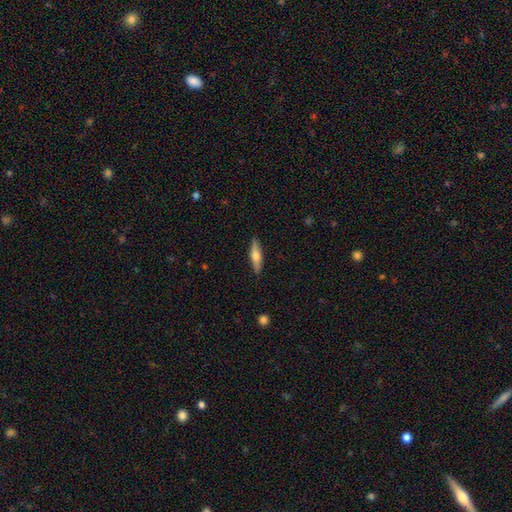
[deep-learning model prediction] Smooth or featured?
  - smooth: 51% *
  - featured or disk: 43%
  - star or artifact: 6%
How rounded?
  - cigar-shaped: 69% *
  - in between: 29%
  - round: 2%
Merging?
  - none: 88% *
  - minor disturbance: 9%
  - major disturbance: 2%
  - merger: 1%